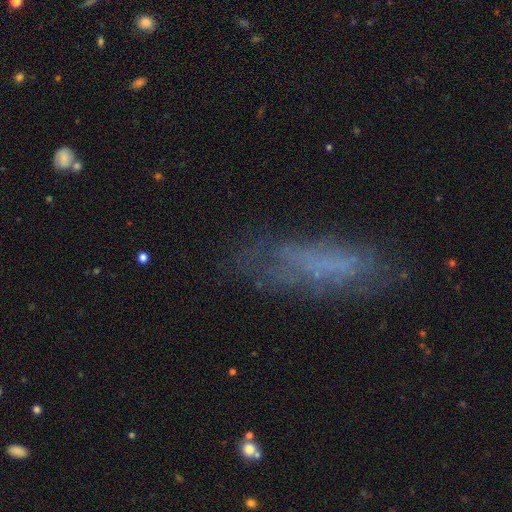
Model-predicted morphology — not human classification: Smooth or featured?
  - smooth: 47% *
  - featured or disk: 38%
  - star or artifact: 15%
Merging?
  - none: 62% *
  - minor disturbance: 22%
  - major disturbance: 14%
  - merger: 3%